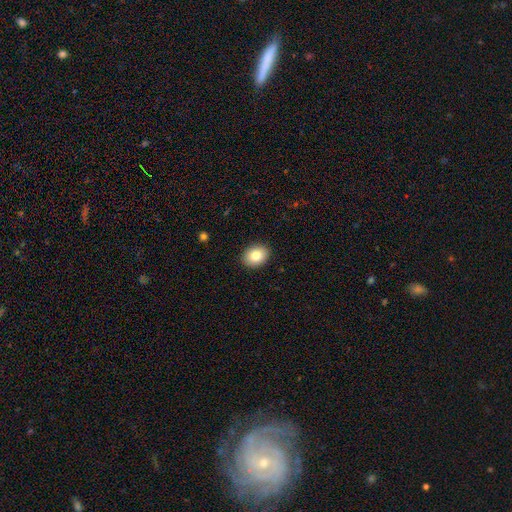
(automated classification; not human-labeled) This appears to be a smooth galaxy with no disk features (84%) that is in between round and cigar-shaped (60%). Merging: none (90%).